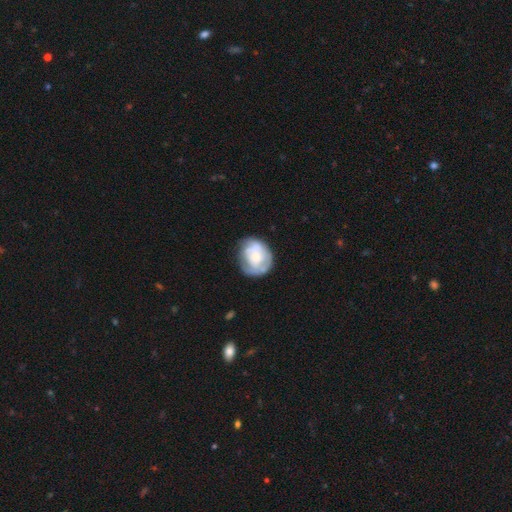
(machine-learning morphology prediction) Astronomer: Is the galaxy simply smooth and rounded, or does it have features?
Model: featured or disk — 51% (runner-up: smooth, 42%).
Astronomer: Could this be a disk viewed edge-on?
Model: no — 97%.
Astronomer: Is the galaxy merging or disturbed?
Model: none — 58%.